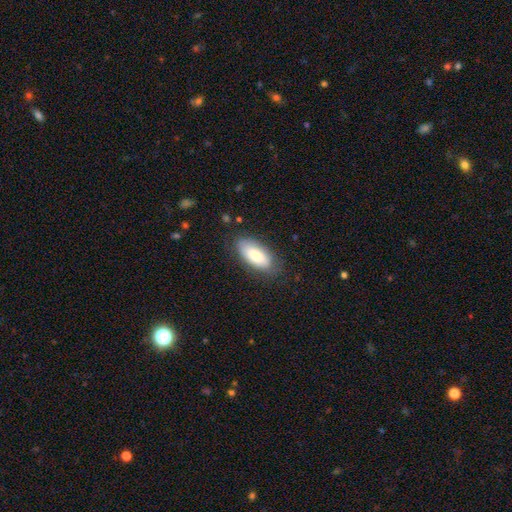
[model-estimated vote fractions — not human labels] Q: Smooth or featured?
A: smooth (77%); runner-up: featured or disk (17%)
Q: How rounded?
A: in between (88%); runner-up: cigar-shaped (10%)
Q: Merging?
A: none (81%); runner-up: minor disturbance (14%)